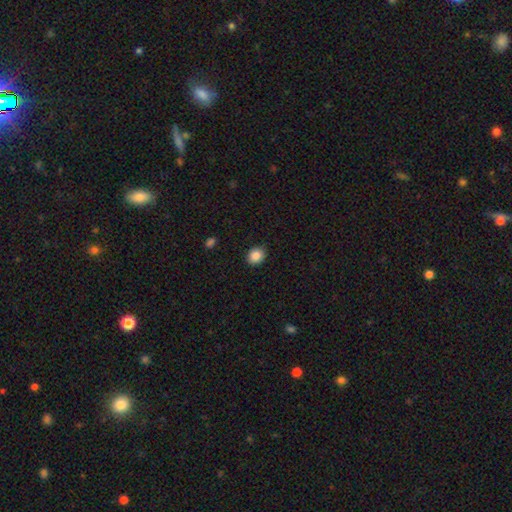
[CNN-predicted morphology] This is clearly a smooth galaxy (86%). How rounded: likely round (64%). Merging: clearly none (89%).